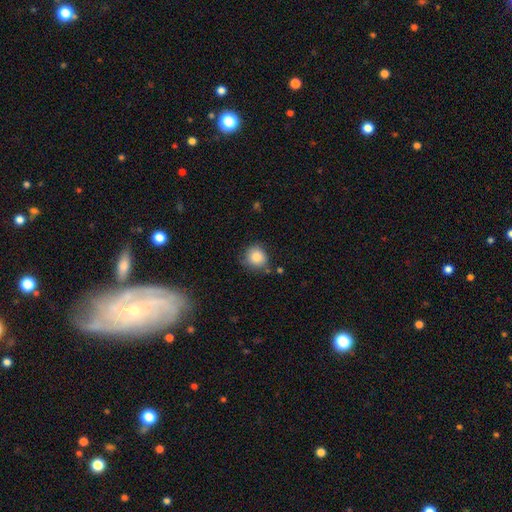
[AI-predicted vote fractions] Smooth or featured: smooth — 85% (star or artifact — 9%)
How rounded: round — 87% (in between — 12%)
Merging: none — 74% (minor disturbance — 18%)